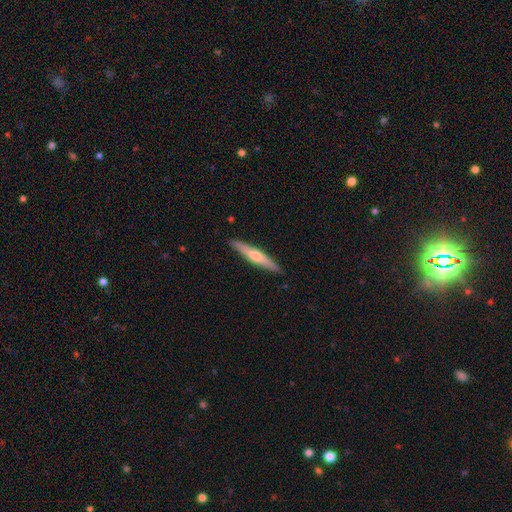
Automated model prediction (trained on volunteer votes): A featured or disk galaxy (55%) viewed edge-on (96%) with a rounded central bulge (83%).

Vote fractions:
- Smooth or featured? featured or disk: 55% / smooth: 40% / star or artifact: 5%
- Edge-on disk? yes: 96% / no: 4%
- Edge-on bulge? rounded: 83% / none: 11% / boxy: 6%
- Merging? none: 91% / minor disturbance: 7% / major disturbance: 1% / merger: 1%